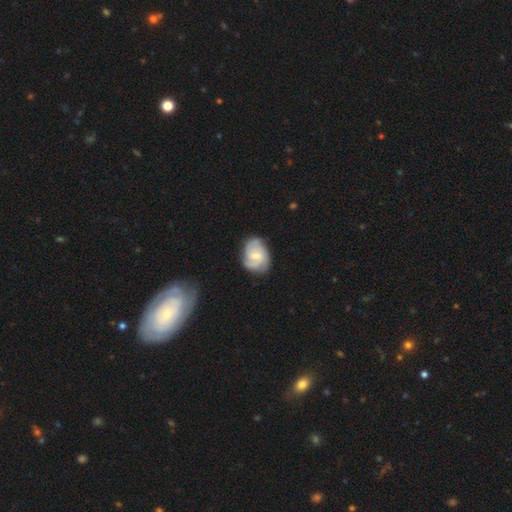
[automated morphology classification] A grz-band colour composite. It shows a featured or disk galaxy (69%) with a weak bar (49%), 2 (38%) medium (44%) spiral arms (92%) and a small central bulge (49%). Merging: none (66%).